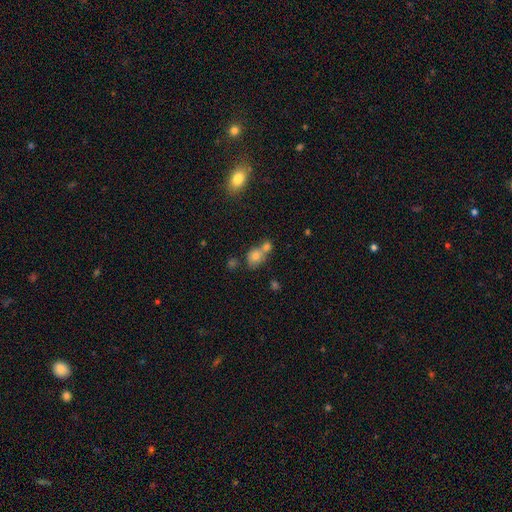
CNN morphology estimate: smooth_or_featured: smooth (p=0.73) [alt: featured or disk p=0.14]
how_rounded: round (p=0.55) [alt: in between p=0.44]
merging: merger (p=0.51) [alt: none p=0.36]